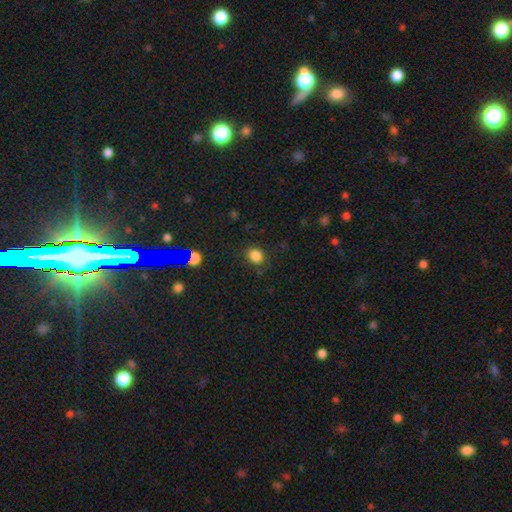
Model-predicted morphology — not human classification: This appears to be a smooth galaxy with no disk features (81%) that is round (72%). Merging: none (82%).